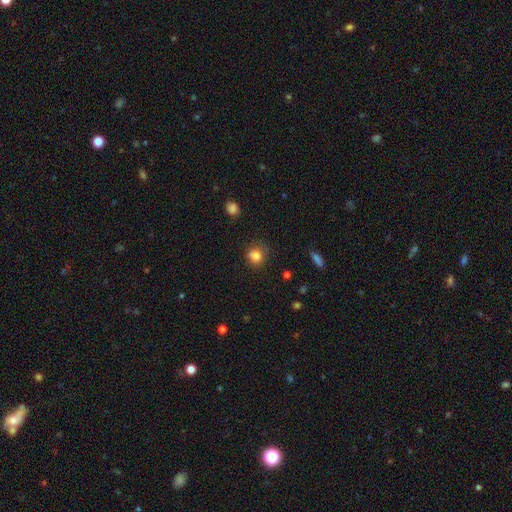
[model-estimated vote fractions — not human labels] Smooth or featured?
  - smooth: 82% *
  - star or artifact: 12%
  - featured or disk: 6%
How rounded?
  - round: 74% *
  - in between: 25%
  - cigar-shaped: 1%
Merging?
  - none: 65% *
  - minor disturbance: 22%
  - major disturbance: 7%
  - merger: 6%